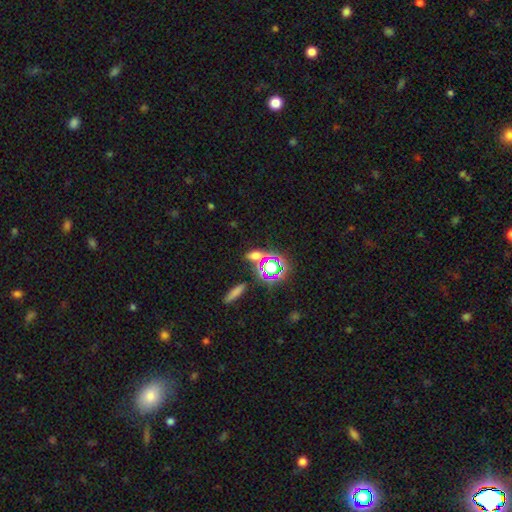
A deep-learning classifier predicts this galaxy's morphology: Smooth or featured? Predicted: smooth (p=0.49). Merging? Predicted: none (p=0.72).